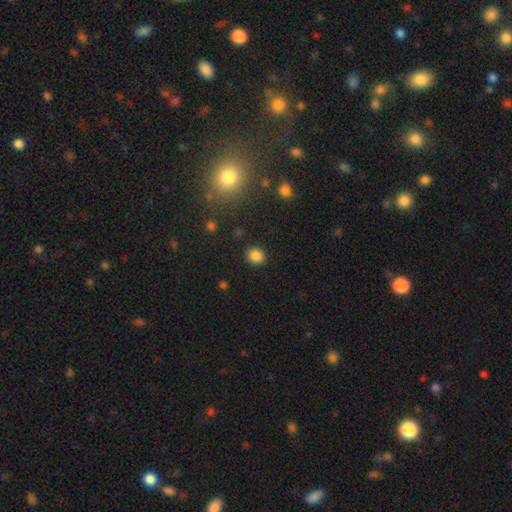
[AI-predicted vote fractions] A smooth galaxy with no disk features (85%) that is round (77%).

Vote fractions:
- Smooth or featured? smooth: 85% / star or artifact: 12% / featured or disk: 4%
- How rounded? round: 77% / in between: 22% / cigar-shaped: 1%
- Merging? none: 89% / minor disturbance: 7% / major disturbance: 3% / merger: 2%